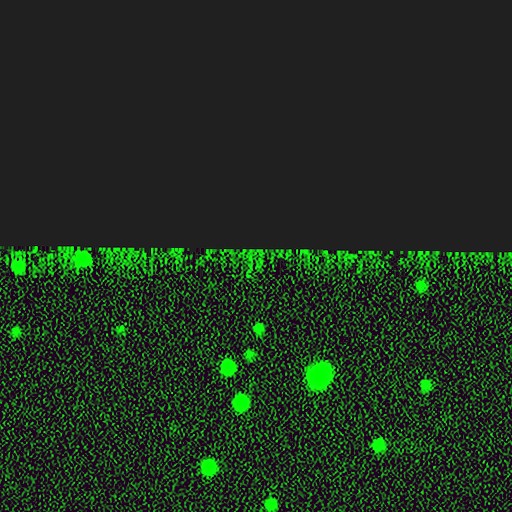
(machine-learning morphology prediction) A star or artifact, not a galaxy (87%).